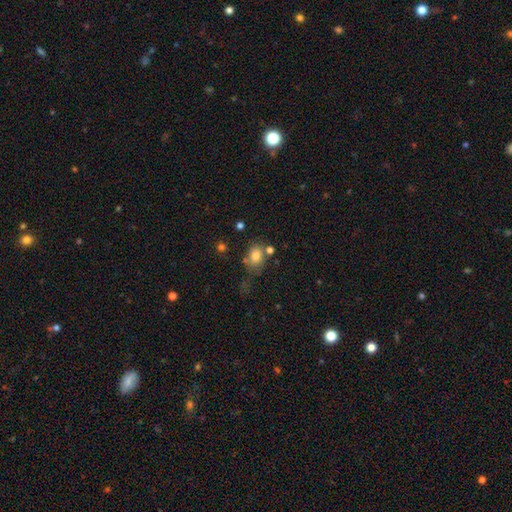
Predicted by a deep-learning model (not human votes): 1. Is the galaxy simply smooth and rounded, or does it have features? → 80% smooth, 11% star or artifact, 9% featured or disk.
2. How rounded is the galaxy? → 58% in between, 40% round, 1% cigar-shaped.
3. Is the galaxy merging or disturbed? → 58% none, 20% minor disturbance, 14% merger, 9% major disturbance.